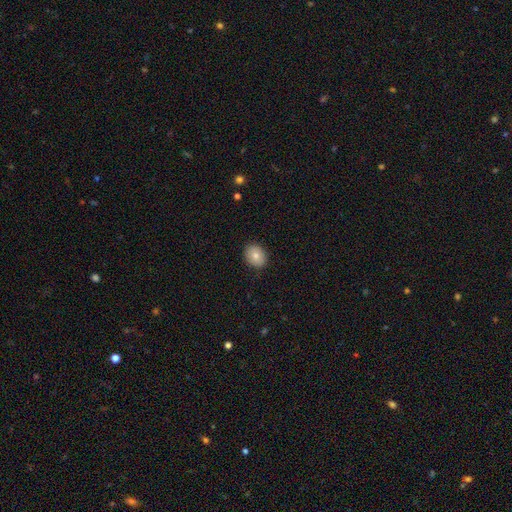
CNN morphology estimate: This is clearly a smooth galaxy (81%). How rounded: possibly round (52%). Merging: clearly none (90%).